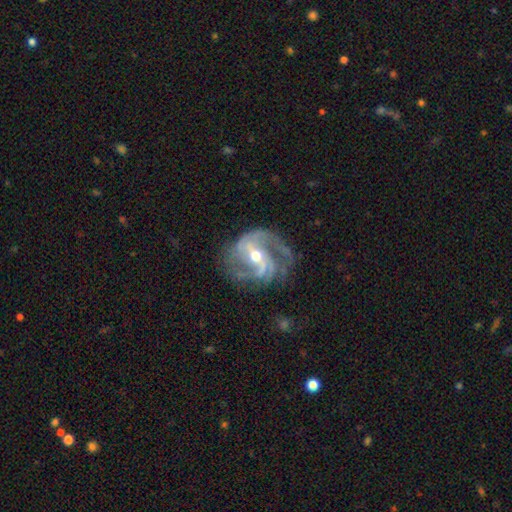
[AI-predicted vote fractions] The model was most divided on "bar": strong: 41%, weak: 39%, no: 20%. Remaining: edge-on disk — no (98%); spiral arms — yes (97%); smooth or featured — featured or disk (91%); merging — none (65%); bulge size — moderate (59%); spiral winding — medium (50%); spiral arm count — 2 (43%).